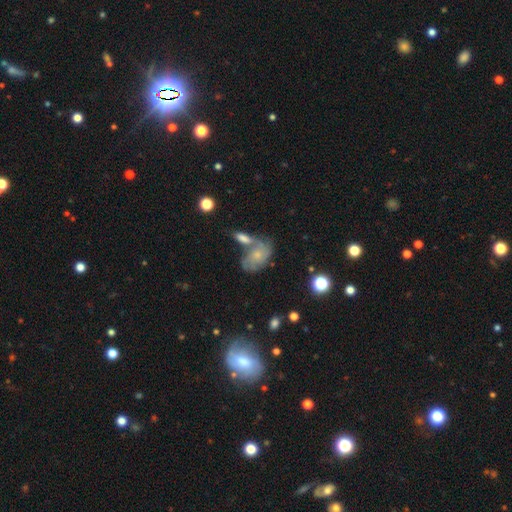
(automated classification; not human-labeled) Smooth or featured? featured or disk (57%)
Edge-on disk? no (94%)
Bar? no (79%)
Spiral arms? yes (79%)
Bulge size? small (66%)
Merging? none (43%)